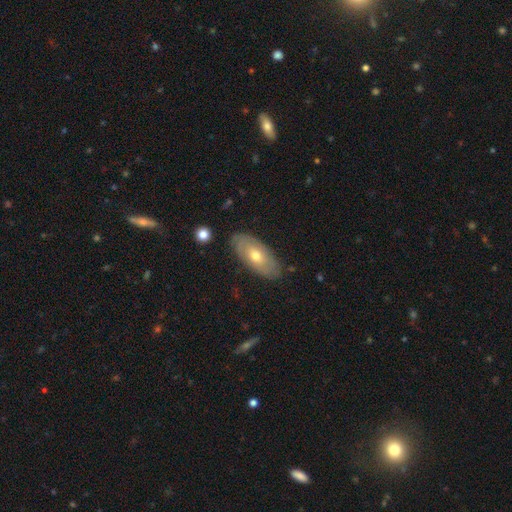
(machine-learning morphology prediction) Smooth or featured: smooth — 49% (featured or disk — 45%)
Merging: none — 82% (minor disturbance — 14%)